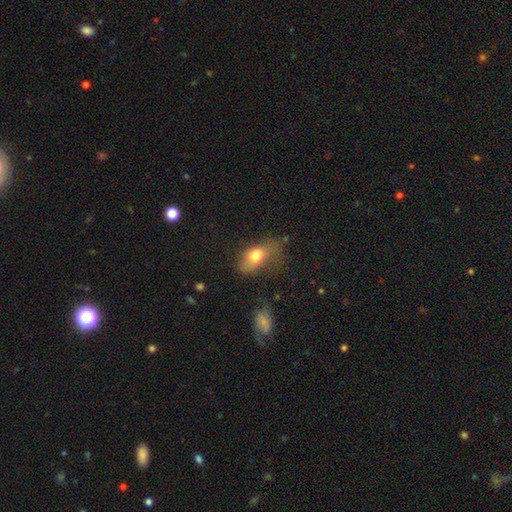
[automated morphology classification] The model was most divided on "merging": none: 36%, minor disturbance: 31%, major disturbance: 28%, merger: 5%. More confident: how rounded — in between (83%); smooth or featured — smooth (72%).